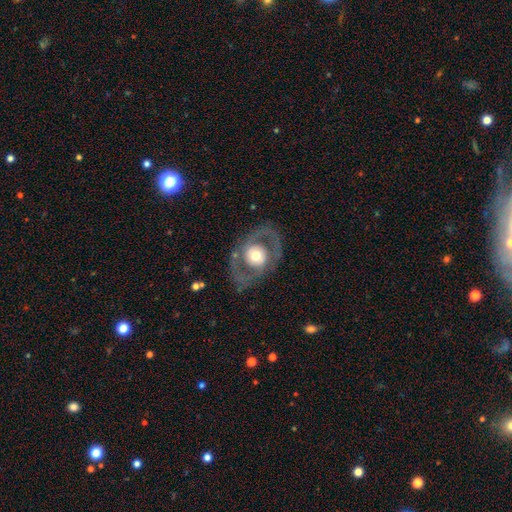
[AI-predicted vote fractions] Overall: featured or disk (66%; smooth 28%). Edge-on disk: no (94%). Bar: no (79%). Spiral arms: no (62%; yes 38%). Bulge size: moderate (56%; large 34%). Merging: none (77%).